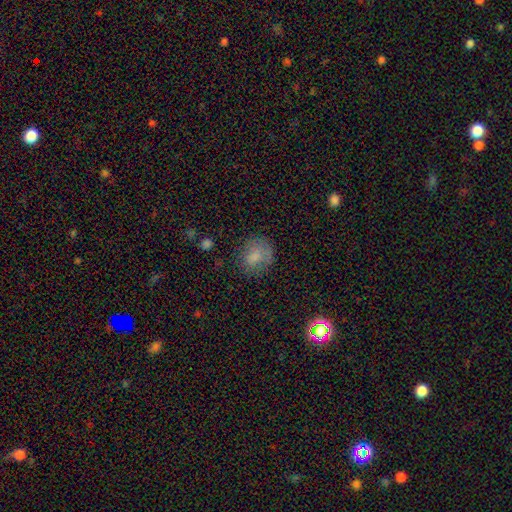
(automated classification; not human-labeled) Smooth or featured? smooth (75%)
How rounded? round (64%)
Merging? none (65%)